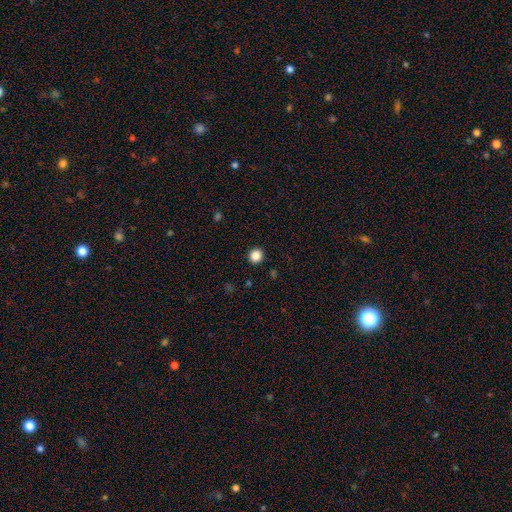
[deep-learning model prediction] Smooth or featured? Predicted: smooth (p=0.86). How rounded? Predicted: round (p=0.93). Merging? Predicted: none (p=0.93).